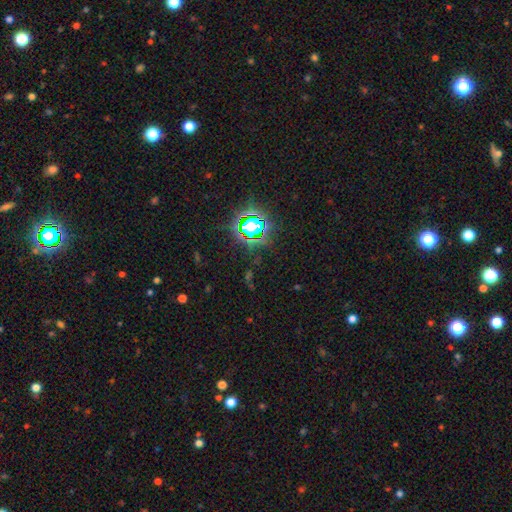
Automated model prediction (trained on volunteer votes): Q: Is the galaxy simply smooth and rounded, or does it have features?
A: star or artifact — 79%.